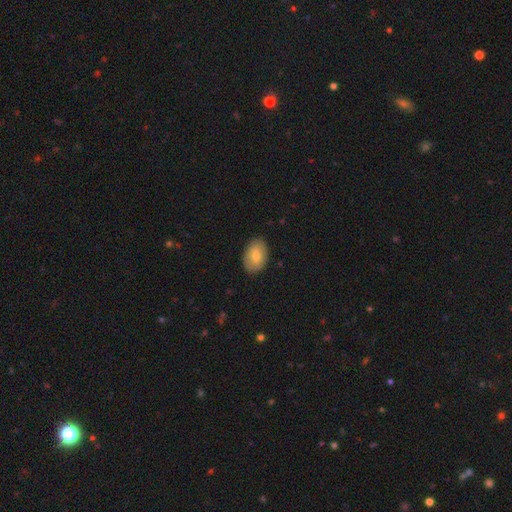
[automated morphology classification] Overall: smooth (69%). How rounded: in between (88%). Merging: none (87%).